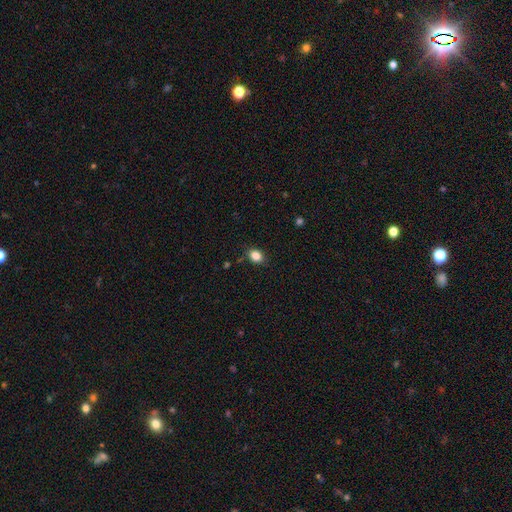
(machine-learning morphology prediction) Smooth or featured? smooth (85%)
How rounded? in between (58%)
Merging? none (84%)